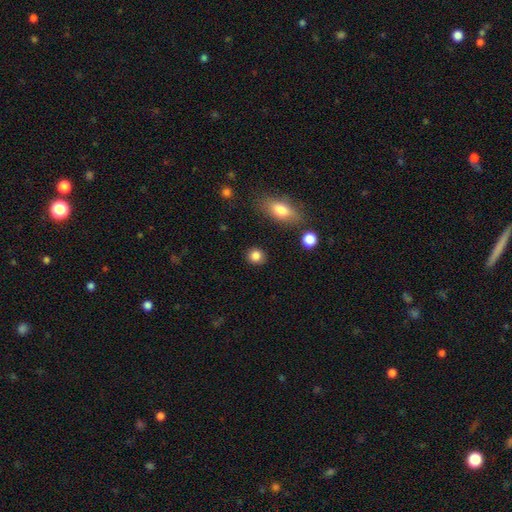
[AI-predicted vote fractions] Smooth or featured? smooth (85%)
How rounded? round (79%)
Merging? none (87%)